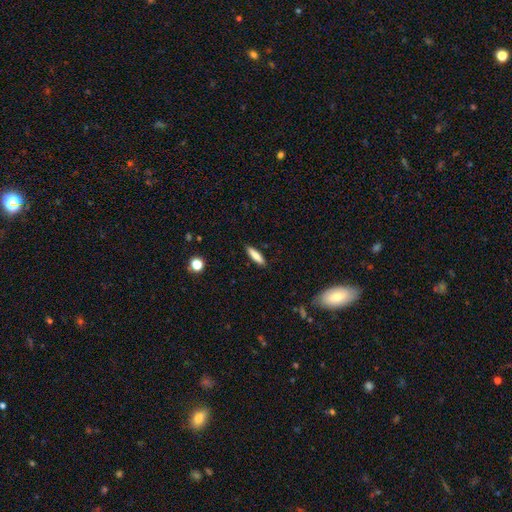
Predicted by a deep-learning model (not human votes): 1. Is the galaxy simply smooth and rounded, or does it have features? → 81% smooth, 13% featured or disk, 7% star or artifact.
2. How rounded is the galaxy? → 72% cigar-shaped, 26% in between, 2% round.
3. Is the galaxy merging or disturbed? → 89% none, 8% minor disturbance, 2% major disturbance, 1% merger.